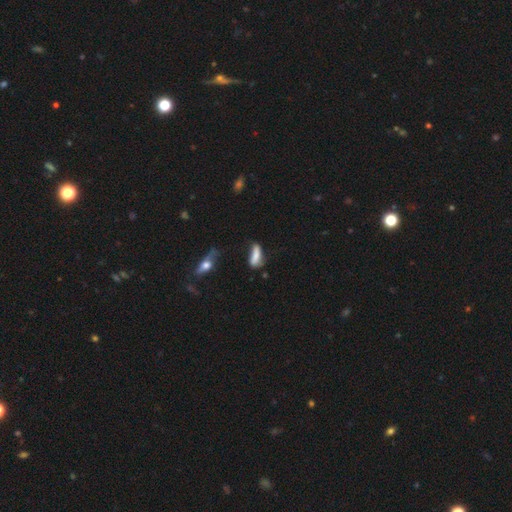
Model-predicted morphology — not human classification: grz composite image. It shows a smooth galaxy with no disk features (68%) that is in between round and cigar-shaped (57%). Merging: none (45%).